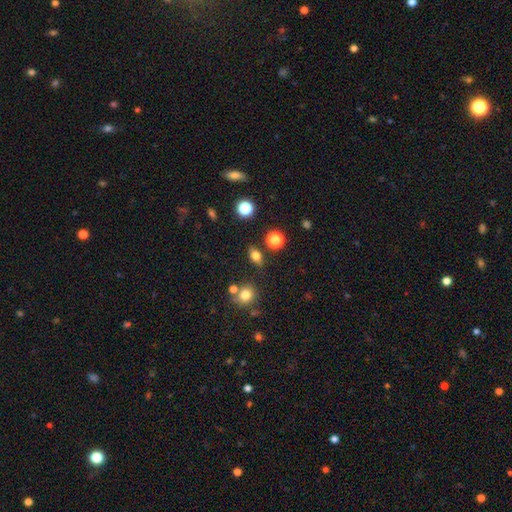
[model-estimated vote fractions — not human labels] smooth 68%, featured or disk 18%, star or artifact 14%. Down the decision tree: how rounded — in between (66%); merging — none (79%).